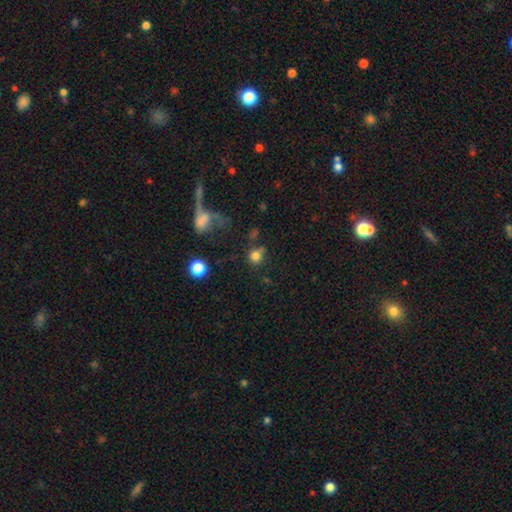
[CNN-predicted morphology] This is likely a smooth galaxy (78%). How rounded: clearly round (83%). Merging: possibly none (59%).